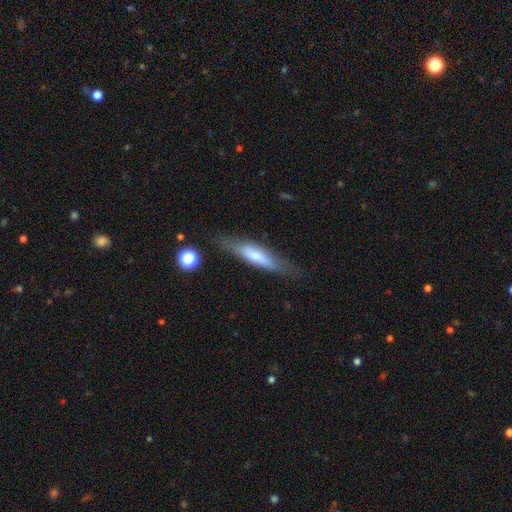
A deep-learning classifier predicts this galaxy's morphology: smooth-or-featured: smooth: 56% | featured or disk: 38% | star or artifact: 7%
  how-rounded: cigar-shaped: 78% | in between: 21% | round: 2%
  merging: none: 76% | minor disturbance: 17% | major disturbance: 5% | merger: 2%